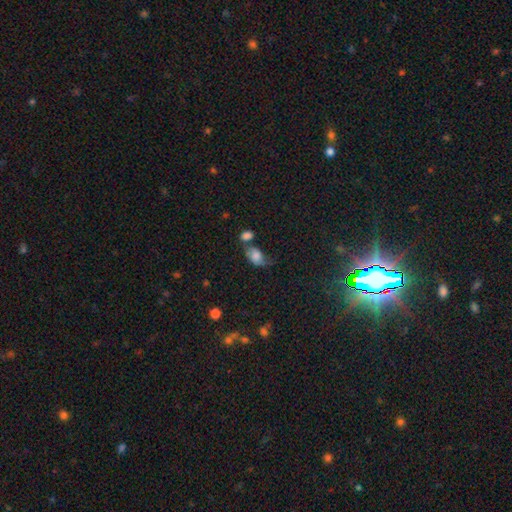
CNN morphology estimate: type=smooth (76%); roundness=in between (85%); merging=merger (32%).